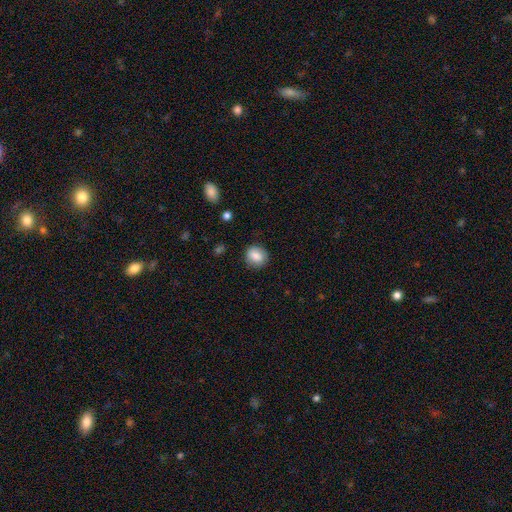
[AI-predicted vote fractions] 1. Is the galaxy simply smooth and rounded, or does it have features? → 85% smooth, 8% star or artifact, 6% featured or disk.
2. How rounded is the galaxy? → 75% round, 24% in between, 1% cigar-shaped.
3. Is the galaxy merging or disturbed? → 86% none, 10% minor disturbance, 3% major disturbance, 1% merger.